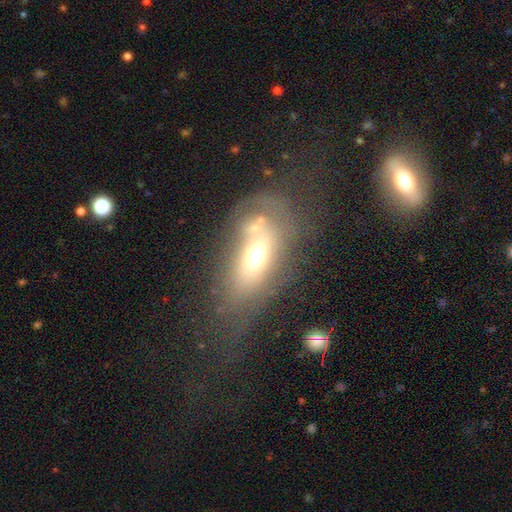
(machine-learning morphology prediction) Smooth or featured? Predicted: smooth (p=0.50). How rounded? Predicted: in between (p=0.80). Merging? Predicted: none (p=0.32).